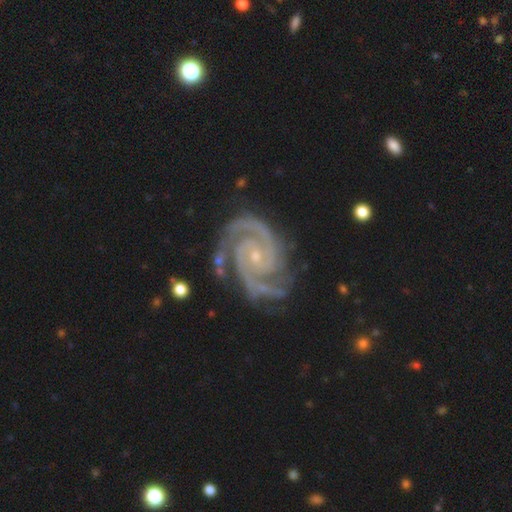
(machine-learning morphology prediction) Overall: featured or disk (94%). Edge-on disk: no (98%). Bar: no (65%). Spiral arms: yes (99%). Spiral arm count: 2 (79%). Spiral winding: tight (64%; medium 32%). Bulge size: small (80%). Merging: none (74%).